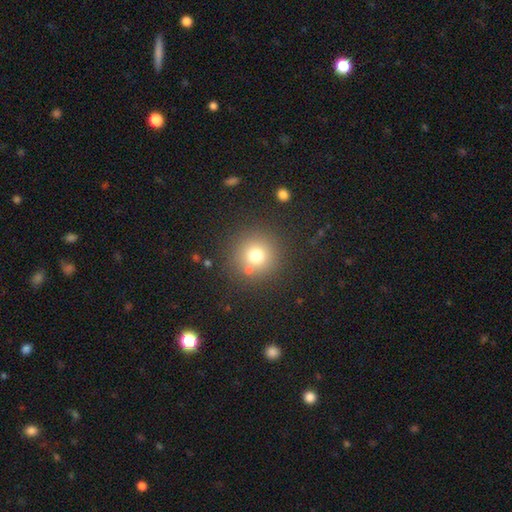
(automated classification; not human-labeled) Smooth or featured? Predicted: smooth (p=0.73). How rounded? Predicted: round (p=0.94). Merging? Predicted: none (p=0.79).